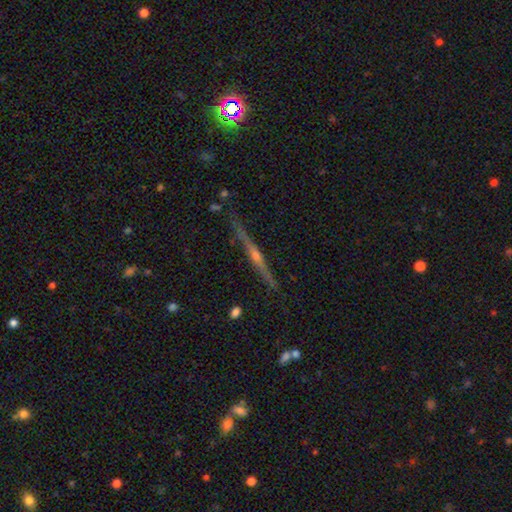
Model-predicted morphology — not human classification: Smooth or featured? Predicted: featured or disk (p=0.79). Edge-on disk? Predicted: yes (p=0.98). Edge-on bulge? Predicted: rounded (p=0.85). Merging? Predicted: none (p=0.85).